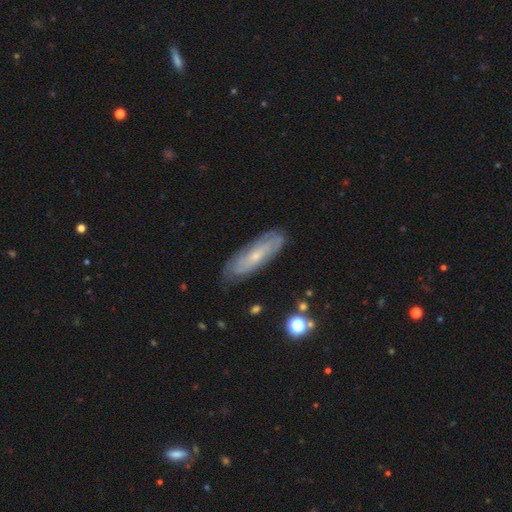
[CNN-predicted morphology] Overall: featured or disk (61%; smooth 32%). Edge-on disk: no (74%). Merging: none (80%).